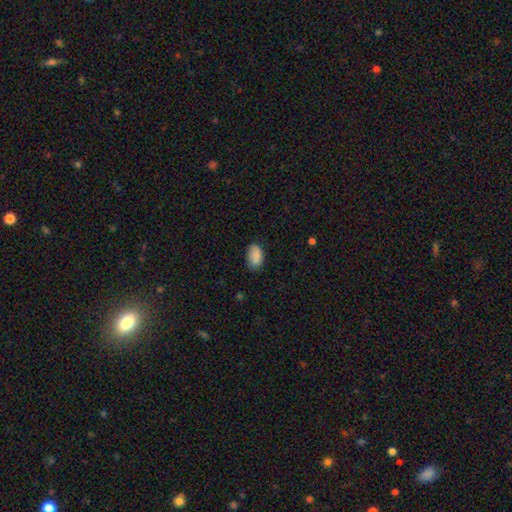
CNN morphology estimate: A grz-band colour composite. It shows a smooth galaxy with no disk features (86%) that is in between round and cigar-shaped (92%). Merging: none (73%).